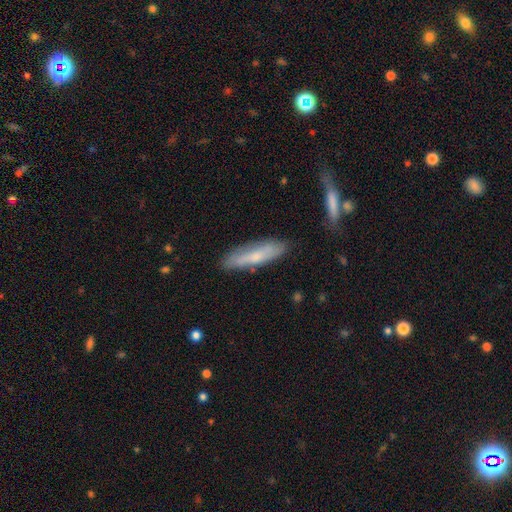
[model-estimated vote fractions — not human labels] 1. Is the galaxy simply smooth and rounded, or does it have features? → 62% smooth, 31% featured or disk, 6% star or artifact.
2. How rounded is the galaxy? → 75% cigar-shaped, 24% in between, 2% round.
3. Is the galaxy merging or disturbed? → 80% none, 14% minor disturbance, 3% major disturbance, 2% merger.